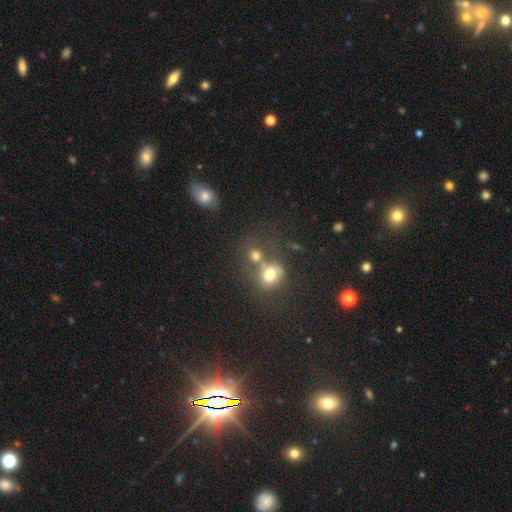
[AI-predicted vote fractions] A smooth galaxy with no disk features (72%) that is round (76%).

Vote fractions:
- Smooth or featured? smooth: 72% / star or artifact: 15% / featured or disk: 12%
- How rounded? round: 76% / in between: 22% / cigar-shaped: 1%
- Merging? none: 43% / merger: 41% / minor disturbance: 10% / major disturbance: 7%